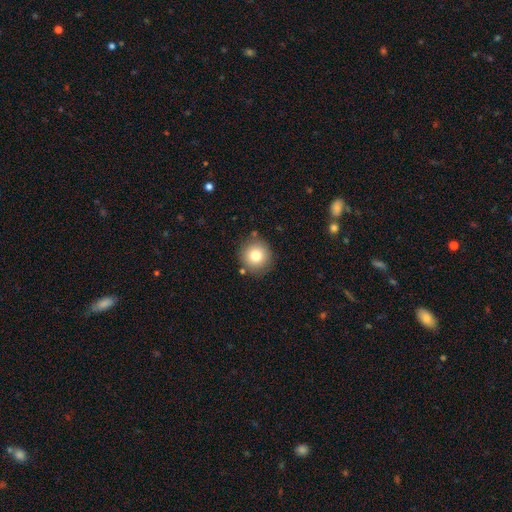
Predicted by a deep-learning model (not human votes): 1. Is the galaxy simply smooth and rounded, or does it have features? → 78% smooth, 11% featured or disk, 11% star or artifact.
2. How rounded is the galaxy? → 94% round, 5% in between, 1% cigar-shaped.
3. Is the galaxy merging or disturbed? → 84% none, 9% minor disturbance, 4% merger, 3% major disturbance.